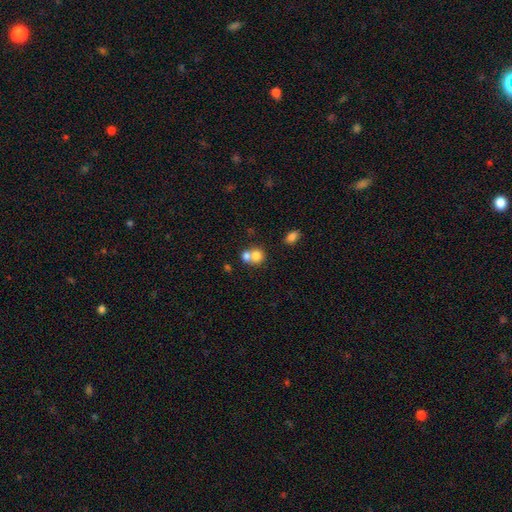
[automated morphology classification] smooth 74%, featured or disk 15%, star or artifact 10%. Down the decision tree: how rounded — round (75%); merging — merger (59%).